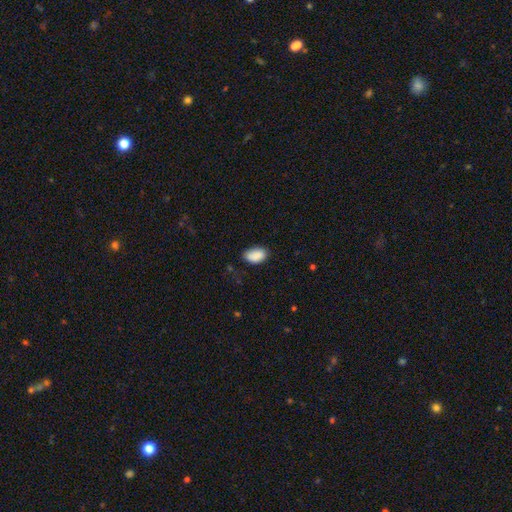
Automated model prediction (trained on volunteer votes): The model was most divided on "merging": none: 77%, minor disturbance: 19%, major disturbance: 4%, merger: 1%. More confident: how rounded — in between (92%); smooth or featured — smooth (89%).